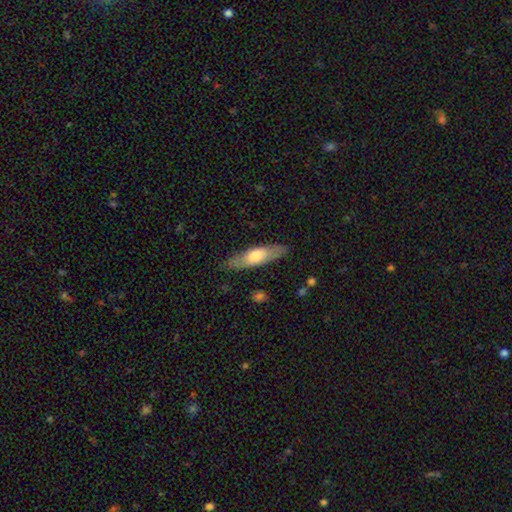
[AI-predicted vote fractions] smooth_or_featured: smooth (p=0.60) [alt: featured or disk p=0.34]
how_rounded: cigar-shaped (p=0.56) [alt: in between p=0.42]
merging: none (p=0.83) [alt: minor disturbance p=0.13]